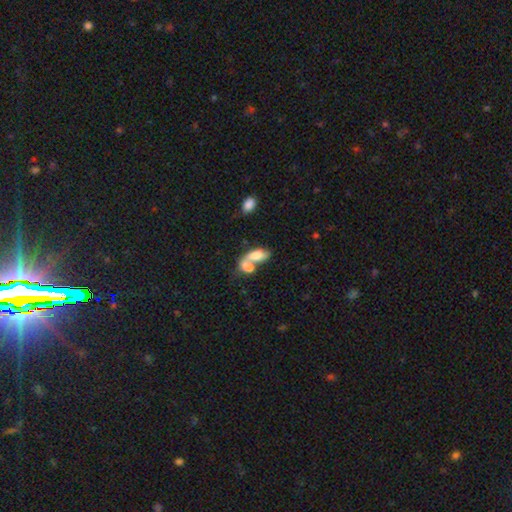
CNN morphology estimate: Overall: smooth (66%). How rounded: in between (88%). Merging: merger (70%).